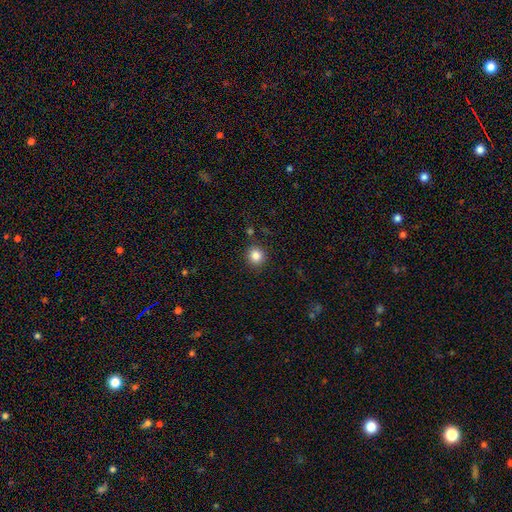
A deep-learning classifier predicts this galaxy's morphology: The model was most divided on "smooth or featured": smooth: 85%, star or artifact: 11%, featured or disk: 4%. More confident: how rounded — round (89%); merging — none (87%).